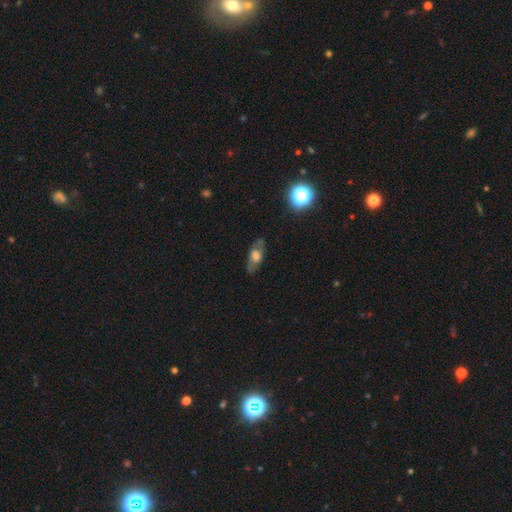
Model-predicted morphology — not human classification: Smooth or featured?
  - featured or disk: 47% *
  - smooth: 44%
  - star or artifact: 10%
Merging?
  - none: 74% *
  - minor disturbance: 18%
  - major disturbance: 6%
  - merger: 2%